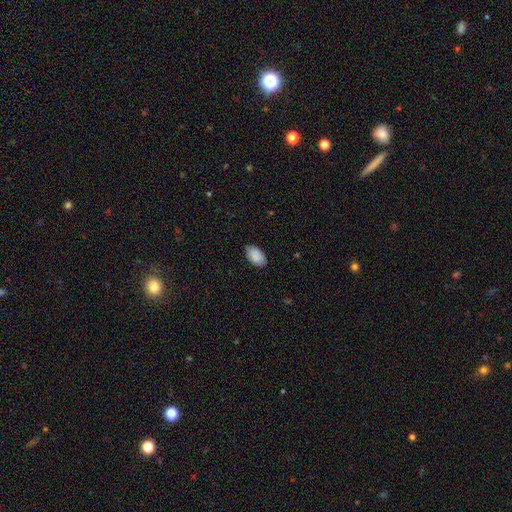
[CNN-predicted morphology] smooth 89%, star or artifact 6%, featured or disk 5%. Down the decision tree: how rounded — in between (94%); merging — none (85%).